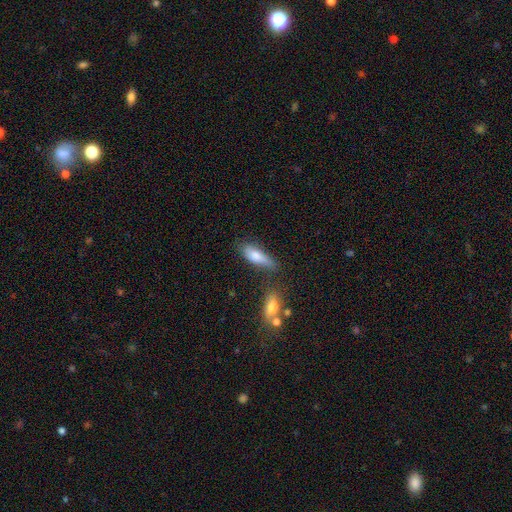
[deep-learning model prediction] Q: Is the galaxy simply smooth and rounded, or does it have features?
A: smooth — 76%.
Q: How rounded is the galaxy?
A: in between — 52%.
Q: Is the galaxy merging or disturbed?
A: none — 56%.